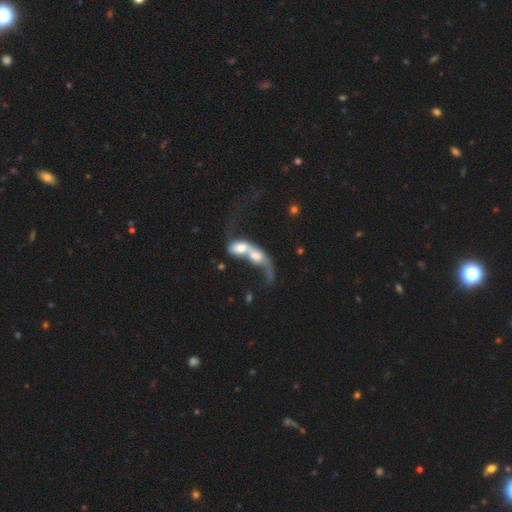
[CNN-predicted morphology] Overall: smooth (48%; featured or disk 42%). Merging: merger (86%).